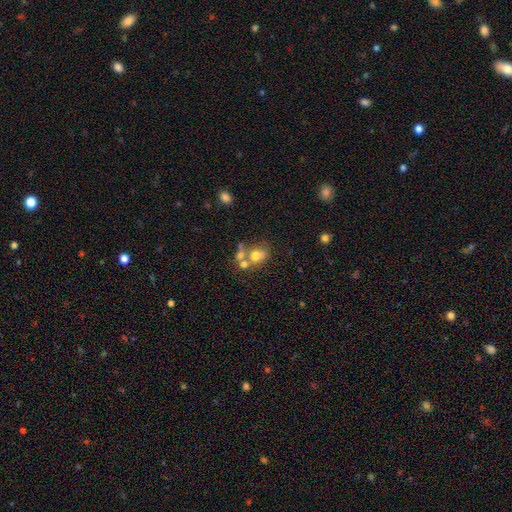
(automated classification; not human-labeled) Morphology: type=smooth (64%); roundness=round (60%); merging=merger (47%).